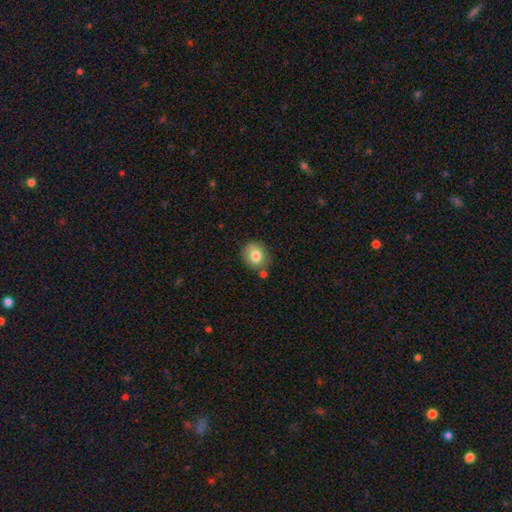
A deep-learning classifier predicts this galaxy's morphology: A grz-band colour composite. It shows a smooth galaxy with no disk features (80%) that is round (73%). Merging: none (73%).